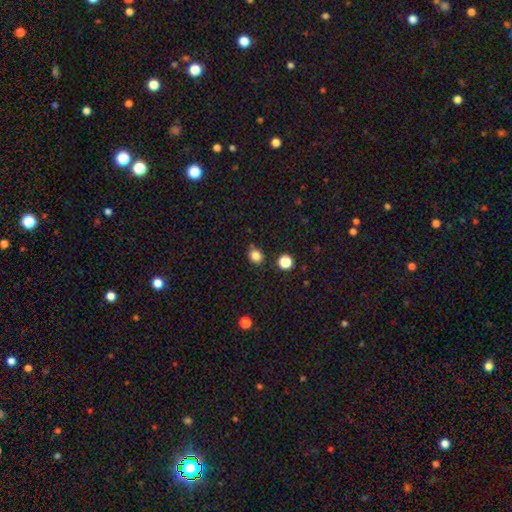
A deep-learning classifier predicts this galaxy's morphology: smooth_or_featured: smooth (p=0.83) [alt: star or artifact p=0.13]
how_rounded: round (p=0.69) [alt: in between p=0.30]
merging: none (p=0.82) [alt: minor disturbance p=0.11]